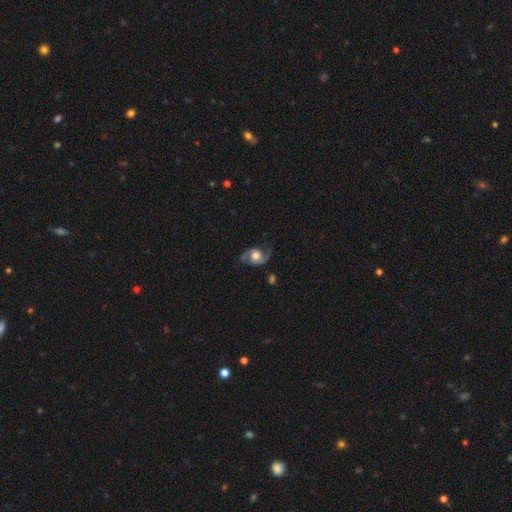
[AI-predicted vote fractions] This is clearly a featured or disk galaxy (80%). It is clearly not viewed edge-on (97%). Bar: likely no (67%). Spiral arm pattern: clearly yes (94%). Spiral arm count: clearly 2 (92%). Spiral winding: possibly medium (46%). Central bulge: marginally large (43%). Merging: likely none (74%).